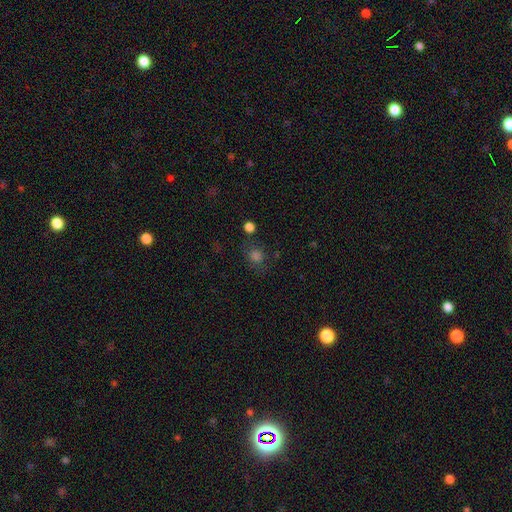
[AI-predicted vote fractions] Q: Smooth or featured?
A: smooth (64%); runner-up: star or artifact (27%)
Q: How rounded?
A: round (76%); runner-up: in between (23%)
Q: Merging?
A: none (72%); runner-up: minor disturbance (15%)